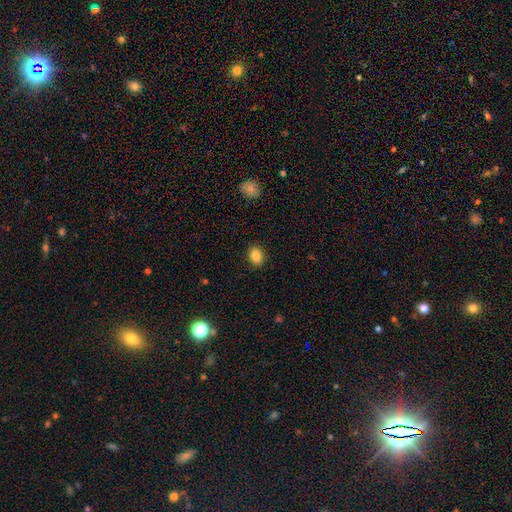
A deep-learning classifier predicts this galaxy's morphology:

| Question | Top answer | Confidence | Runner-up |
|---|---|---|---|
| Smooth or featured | smooth | 87% | star or artifact (9%) |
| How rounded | in between | 63% | round (36%) |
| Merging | none | 89% | minor disturbance (8%) |